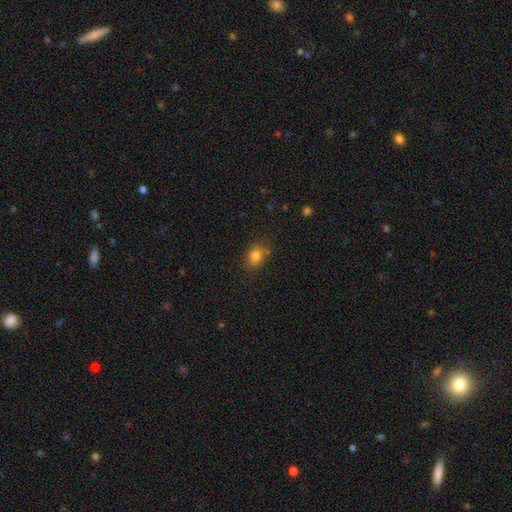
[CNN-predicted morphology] Smooth or featured: smooth — 81% (star or artifact — 12%)
How rounded: in between — 63% (round — 35%)
Merging: none — 74% (minor disturbance — 17%)